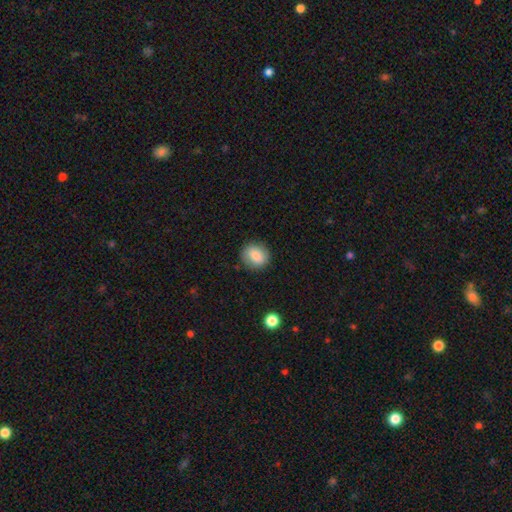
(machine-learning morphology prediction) This is clearly a smooth galaxy (83%). How rounded: likely round (77%). Merging: clearly none (86%).